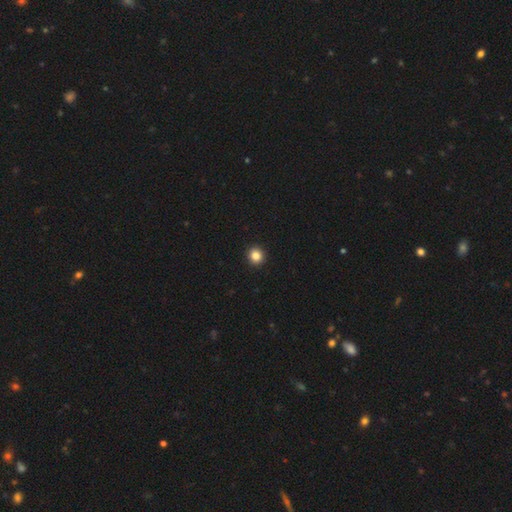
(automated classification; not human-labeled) Smooth or featured?
  - smooth: 85% *
  - star or artifact: 11%
  - featured or disk: 4%
How rounded?
  - round: 91% *
  - in between: 8%
  - cigar-shaped: 1%
Merging?
  - none: 94% *
  - minor disturbance: 4%
  - major disturbance: 1%
  - merger: 1%